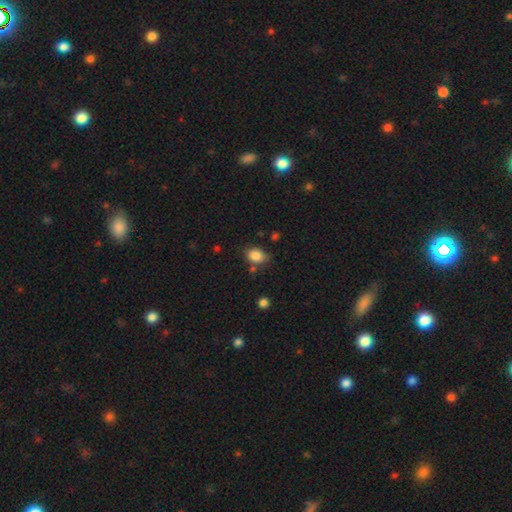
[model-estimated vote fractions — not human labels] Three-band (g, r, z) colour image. It shows a smooth galaxy with no disk features (85%) that is in between round and cigar-shaped (69%). Merging: none (71%).